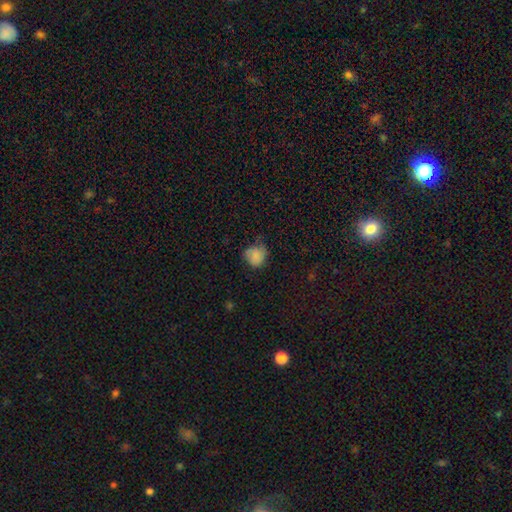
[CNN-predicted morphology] Smooth or featured?
  - smooth: 81% *
  - star or artifact: 10%
  - featured or disk: 9%
How rounded?
  - round: 74% *
  - in between: 25%
  - cigar-shaped: 1%
Merging?
  - none: 55% *
  - minor disturbance: 33%
  - major disturbance: 11%
  - merger: 2%